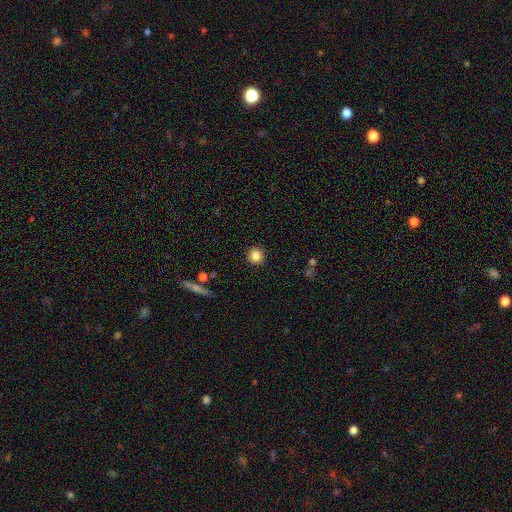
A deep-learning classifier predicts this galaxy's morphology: This appears to be a smooth galaxy with no disk features (84%) that is round (92%). Merging: none (91%).